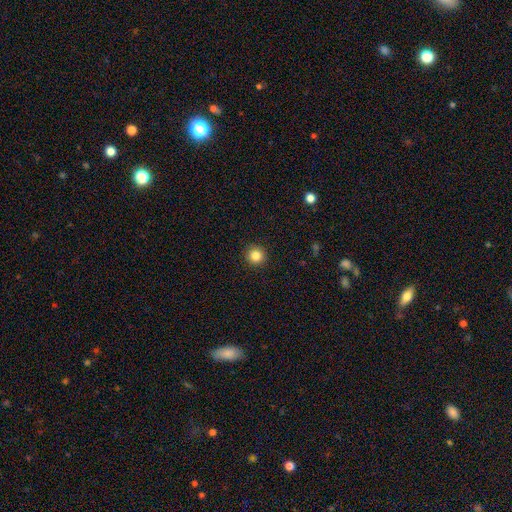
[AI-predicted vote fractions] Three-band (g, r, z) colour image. It shows a smooth galaxy with no disk features (84%) that is round (94%). Merging: none (93%).